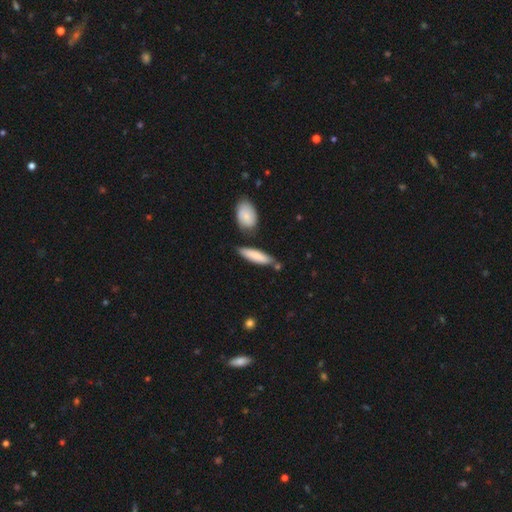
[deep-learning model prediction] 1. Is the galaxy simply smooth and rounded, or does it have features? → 79% smooth, 16% featured or disk, 5% star or artifact.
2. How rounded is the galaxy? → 66% cigar-shaped, 32% in between, 2% round.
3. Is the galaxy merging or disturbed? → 70% none, 17% minor disturbance, 10% merger, 3% major disturbance.